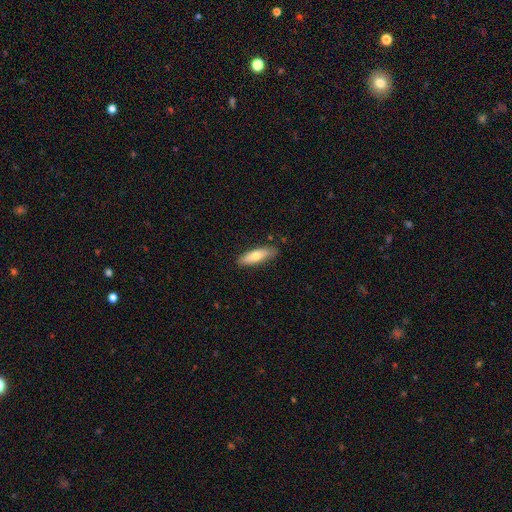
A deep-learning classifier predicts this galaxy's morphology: Q: Smooth or featured?
A: smooth (71%); runner-up: featured or disk (23%)
Q: How rounded?
A: cigar-shaped (51%); runner-up: in between (47%)
Q: Merging?
A: none (84%); runner-up: minor disturbance (13%)